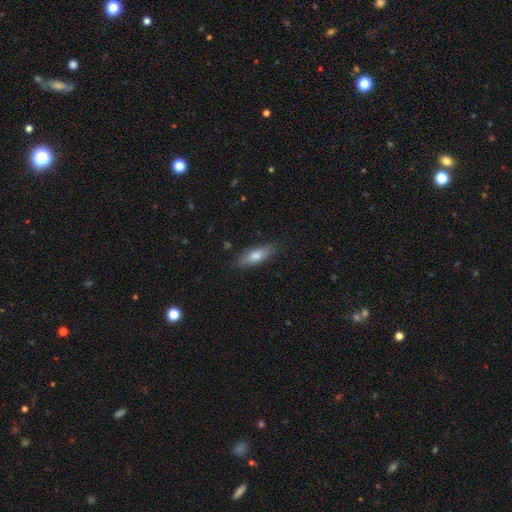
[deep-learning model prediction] Morphology: type=smooth (70%); roundness=in between (53%); merging=none (84%).